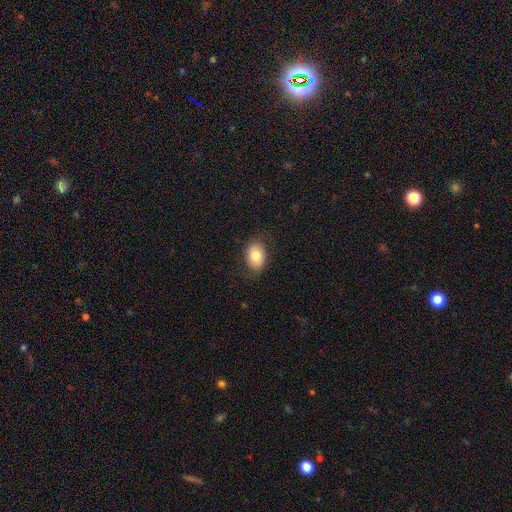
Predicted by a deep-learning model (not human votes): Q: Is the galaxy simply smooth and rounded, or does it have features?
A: smooth — 79%.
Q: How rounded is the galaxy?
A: in between — 78%.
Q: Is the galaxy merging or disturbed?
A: none — 78%.